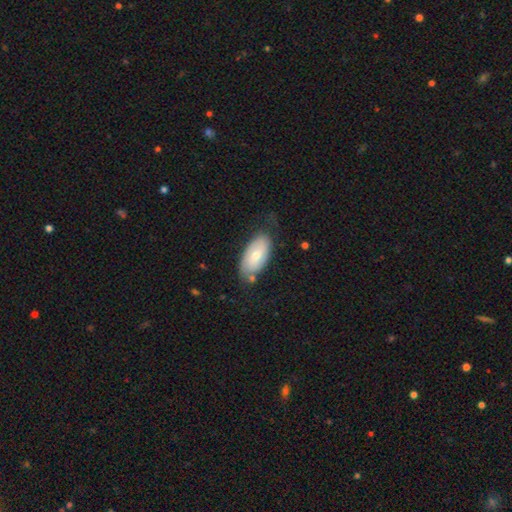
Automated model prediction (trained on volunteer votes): Q: Smooth or featured?
A: smooth (62%); runner-up: featured or disk (33%)
Q: How rounded?
A: in between (92%); runner-up: cigar-shaped (5%)
Q: Merging?
A: none (64%); runner-up: minor disturbance (24%)